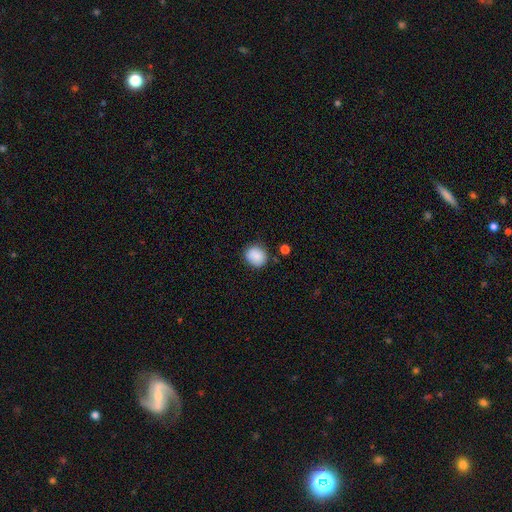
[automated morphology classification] The model was most divided on "how rounded": round: 79%, in between: 20%, cigar-shaped: 1%. More confident: smooth or featured — smooth (87%); merging — none (79%).